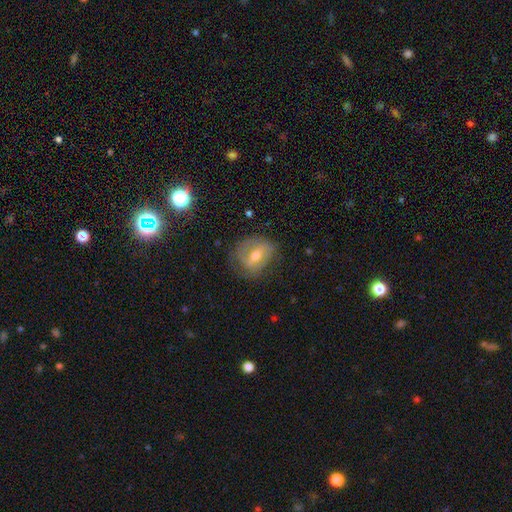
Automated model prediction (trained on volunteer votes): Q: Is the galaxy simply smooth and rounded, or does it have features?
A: featured or disk — 56%.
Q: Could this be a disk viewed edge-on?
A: no — 92%.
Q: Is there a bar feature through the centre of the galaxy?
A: weak — 43%.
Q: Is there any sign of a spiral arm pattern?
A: yes — 59%.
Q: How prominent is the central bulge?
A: moderate — 68%.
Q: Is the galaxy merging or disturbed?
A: none — 67%.